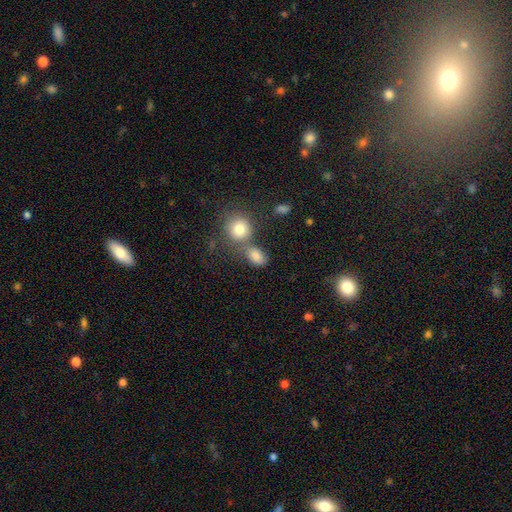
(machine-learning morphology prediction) Overall: smooth (81%). How rounded: in between (72%). Merging: none (51%; merger 29%).